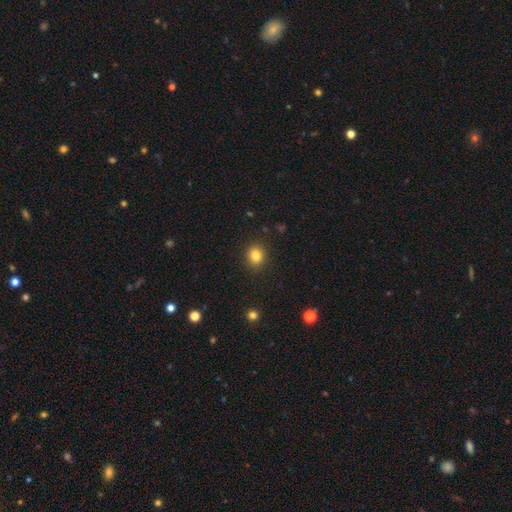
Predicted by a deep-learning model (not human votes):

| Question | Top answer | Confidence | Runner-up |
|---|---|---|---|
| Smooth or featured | smooth | 82% | star or artifact (12%) |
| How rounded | round | 77% | in between (22%) |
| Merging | none | 90% | minor disturbance (7%) |